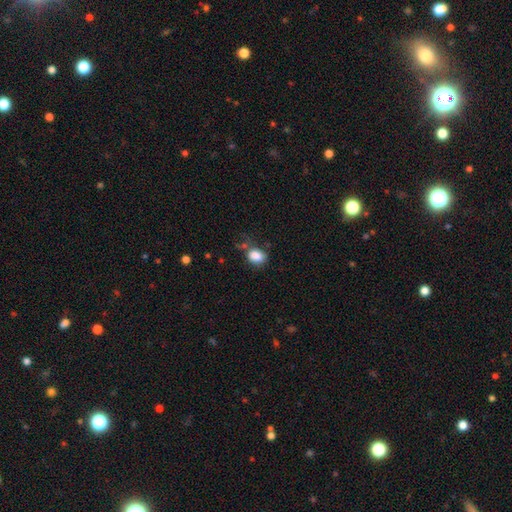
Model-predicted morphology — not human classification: Smooth or featured? Predicted: smooth (p=0.84). How rounded? Predicted: in between (p=0.67). Merging? Predicted: none (p=0.54).